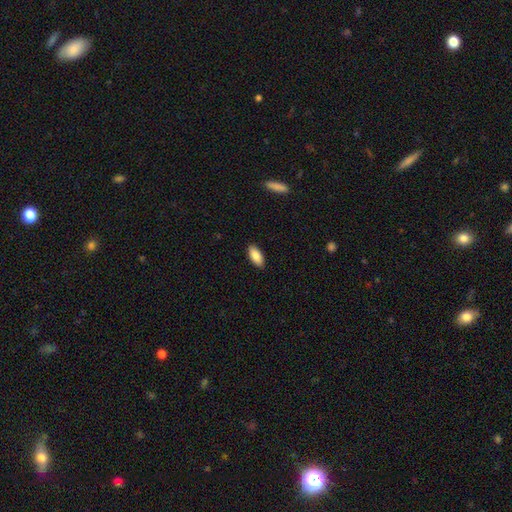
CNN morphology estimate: Q: Smooth or featured?
A: smooth (88%); runner-up: star or artifact (6%)
Q: How rounded?
A: in between (88%); runner-up: cigar-shaped (10%)
Q: Merging?
A: none (89%); runner-up: minor disturbance (8%)